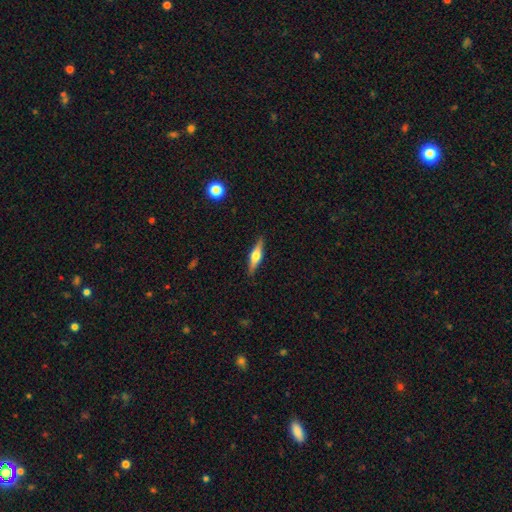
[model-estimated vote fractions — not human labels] smooth-or-featured: featured or disk: 61% | smooth: 33% | star or artifact: 6%
  disk-edge-on: yes: 96% | no: 4%
    edge-on-bulge: rounded: 91% | boxy: 7% | none: 2%
  merging: none: 89% | minor disturbance: 8% | major disturbance: 2% | merger: 1%